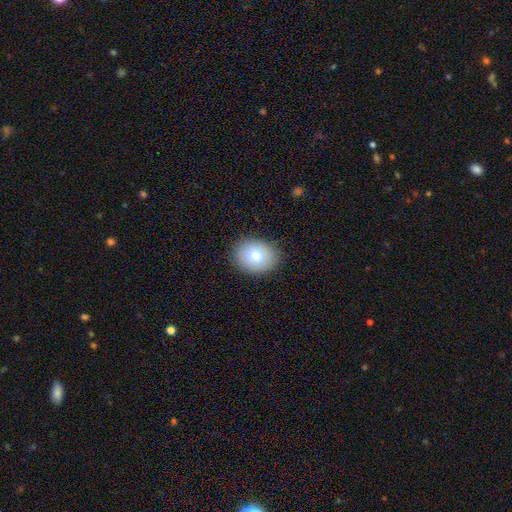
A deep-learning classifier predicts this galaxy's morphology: This appears to be a smooth galaxy with no disk features (78%) that is round (50%). Merging: none (87%).